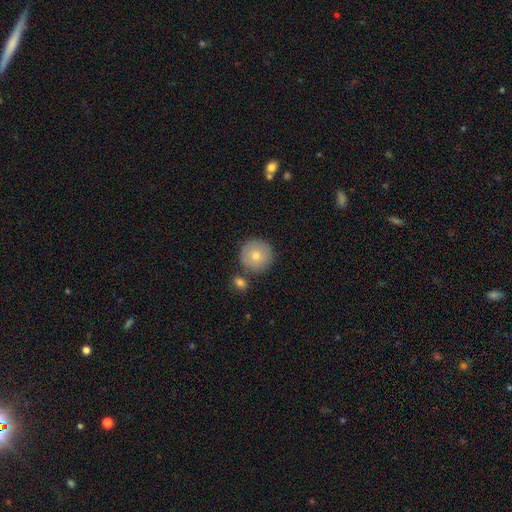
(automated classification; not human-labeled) A smooth galaxy with no disk features (75%) that is round (96%). Merging: none (81%).